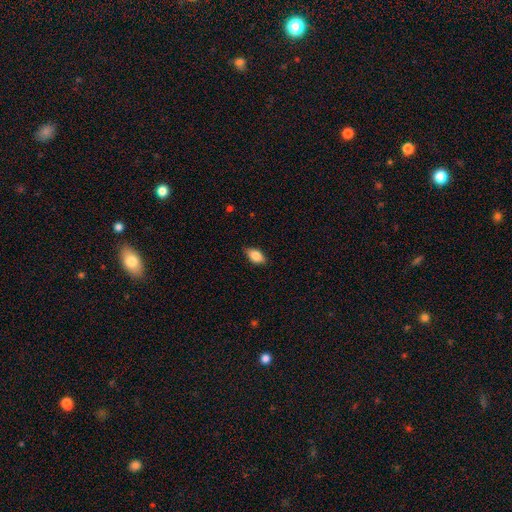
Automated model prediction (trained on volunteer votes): This appears to be a smooth galaxy with no disk features (83%) that is in between round and cigar-shaped (90%). Merging: none (83%).